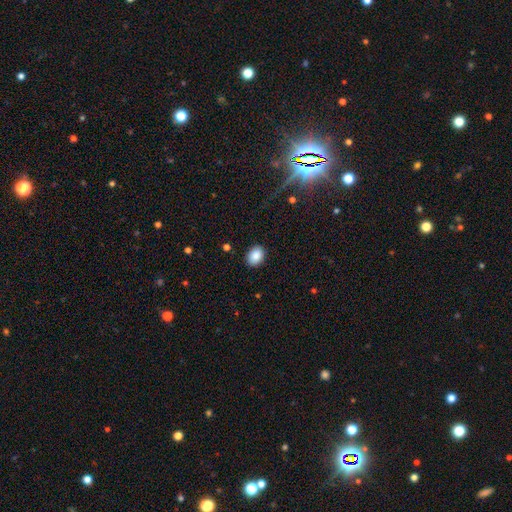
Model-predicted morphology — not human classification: Q: Smooth or featured?
A: smooth (88%); runner-up: star or artifact (8%)
Q: How rounded?
A: in between (68%); runner-up: round (31%)
Q: Merging?
A: none (90%); runner-up: minor disturbance (7%)